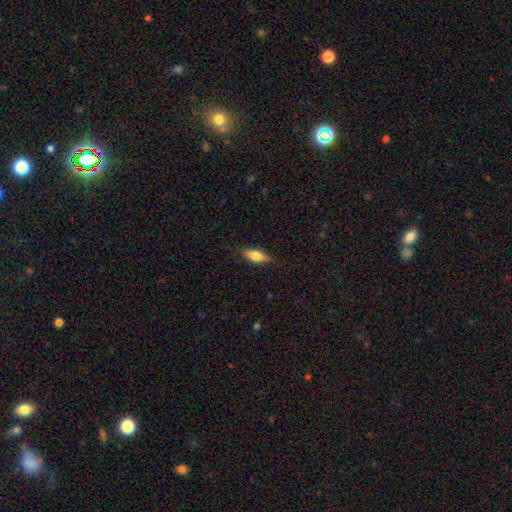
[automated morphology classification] Smooth or featured: smooth — 70% (featured or disk — 23%)
How rounded: in between — 73% (cigar-shaped — 23%)
Merging: none — 82% (minor disturbance — 14%)